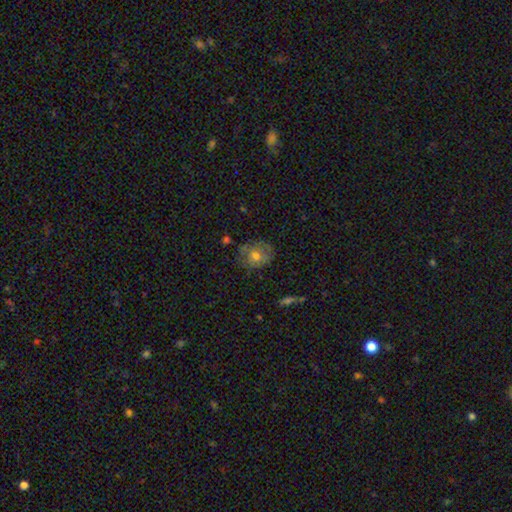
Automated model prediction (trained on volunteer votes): smooth-or-featured: smooth: 62% | featured or disk: 28% | star or artifact: 9%
  how-rounded: round: 64% | in between: 35% | cigar-shaped: 1%
  merging: none: 64% | minor disturbance: 25% | major disturbance: 9% | merger: 3%